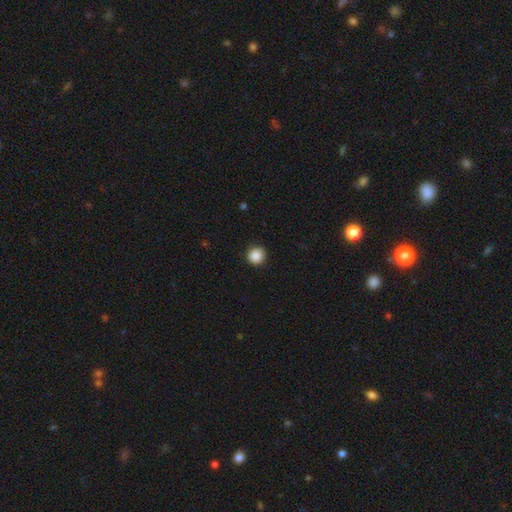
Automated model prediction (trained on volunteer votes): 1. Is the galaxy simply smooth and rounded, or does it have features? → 88% smooth, 9% star or artifact, 3% featured or disk.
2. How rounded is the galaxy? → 93% round, 6% in between, 1% cigar-shaped.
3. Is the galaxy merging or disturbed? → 90% none, 7% minor disturbance, 2% major disturbance, 1% merger.